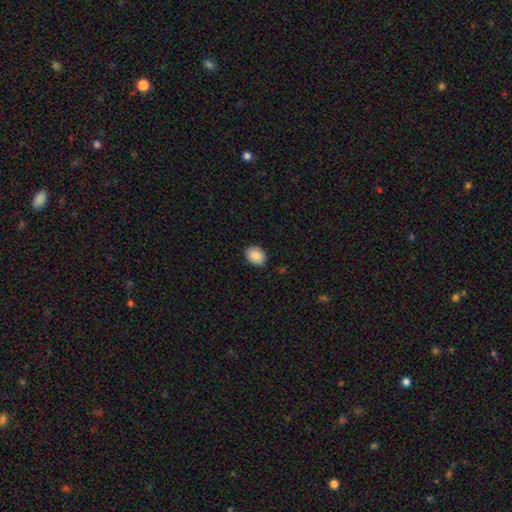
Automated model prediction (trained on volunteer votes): A smooth galaxy with no disk features (87%) that is in between round and cigar-shaped (64%).

Vote fractions:
- Smooth or featured? smooth: 87% / star or artifact: 7% / featured or disk: 6%
- How rounded? in between: 64% / round: 35% / cigar-shaped: 1%
- Merging? none: 88% / minor disturbance: 9% / major disturbance: 2% / merger: 1%